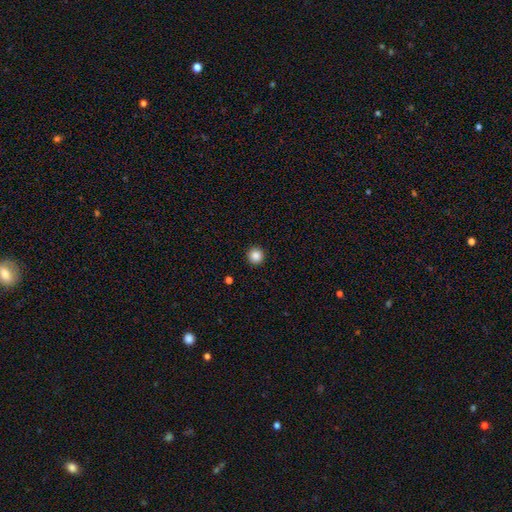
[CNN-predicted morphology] smooth-or-featured: smooth: 87% | star or artifact: 10% | featured or disk: 3%
  how-rounded: round: 96% | in between: 3% | cigar-shaped: 1%
  merging: none: 94% | minor disturbance: 4% | major disturbance: 1% | merger: 1%